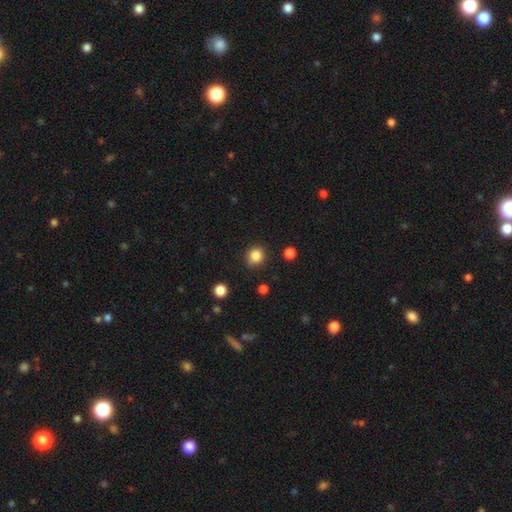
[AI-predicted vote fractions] Smooth or featured? smooth (84%)
How rounded? round (89%)
Merging? none (85%)